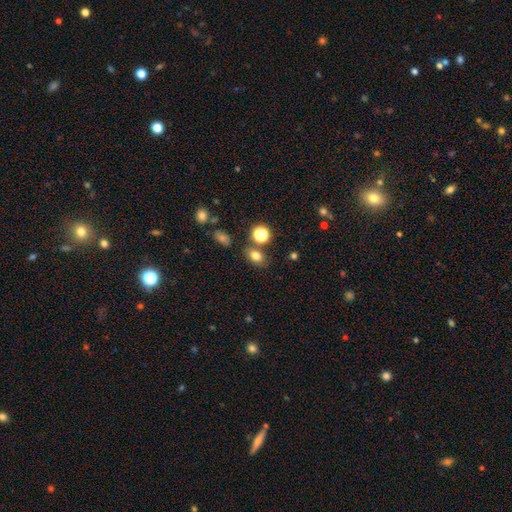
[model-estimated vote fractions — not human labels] Q: Smooth or featured?
A: smooth (76%); runner-up: star or artifact (15%)
Q: How rounded?
A: in between (70%); runner-up: round (29%)
Q: Merging?
A: none (74%); runner-up: minor disturbance (12%)